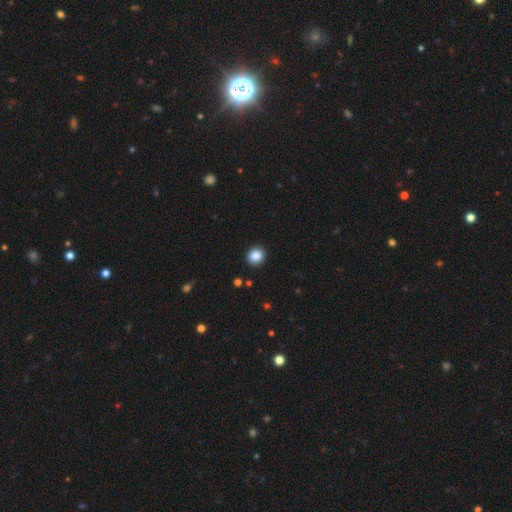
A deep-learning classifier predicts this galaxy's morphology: type=smooth (87%); roundness=round (85%); merging=none (91%).